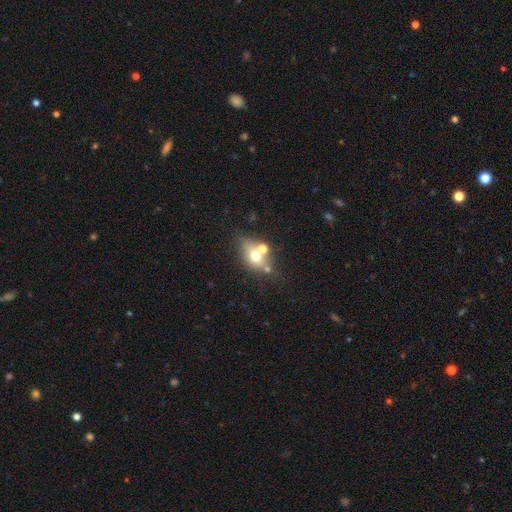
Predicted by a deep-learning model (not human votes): Smooth or featured?
  - smooth: 58% *
  - featured or disk: 29%
  - star or artifact: 13%
How rounded?
  - in between: 60% *
  - round: 35%
  - cigar-shaped: 4%
Merging?
  - none: 49% *
  - merger: 31%
  - minor disturbance: 13%
  - major disturbance: 6%